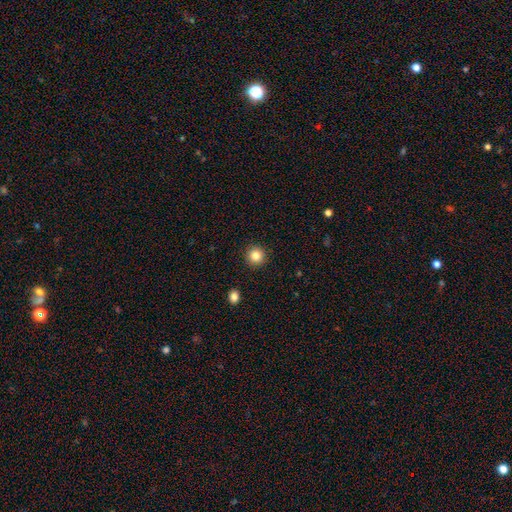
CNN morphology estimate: A smooth galaxy with no disk features (84%) that is round (94%).

Vote fractions:
- Smooth or featured? smooth: 84% / star or artifact: 11% / featured or disk: 5%
- How rounded? round: 94% / in between: 5% / cigar-shaped: 1%
- Merging? none: 92% / minor disturbance: 5% / major disturbance: 2% / merger: 1%